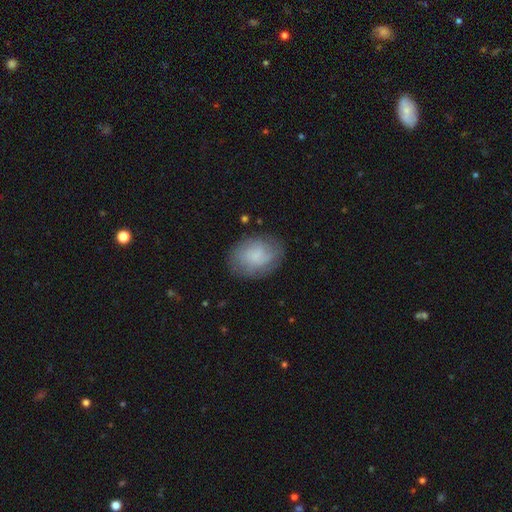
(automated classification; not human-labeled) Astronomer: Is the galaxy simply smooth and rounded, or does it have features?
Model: smooth — 56% (runner-up: featured or disk, 35%).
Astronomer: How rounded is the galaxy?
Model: in between — 67%.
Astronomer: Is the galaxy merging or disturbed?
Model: none — 74%.